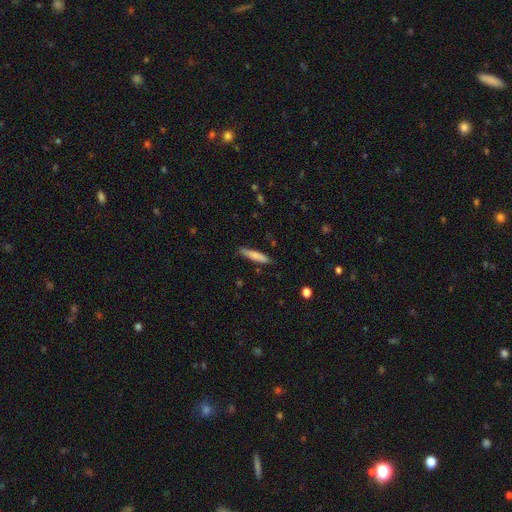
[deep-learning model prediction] This appears to be a smooth galaxy with no disk features (76%) that is cigar-shaped (87%). Merging: none (86%).